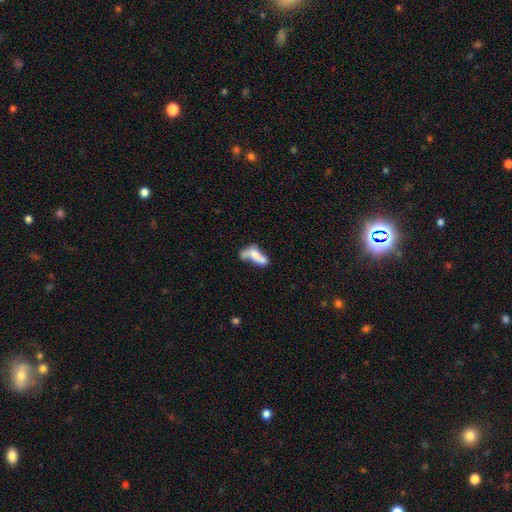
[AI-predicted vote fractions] smooth_or_featured: smooth (p=0.54) [alt: featured or disk p=0.36]
how_rounded: in between (p=0.59) [alt: cigar-shaped p=0.38]
merging: merger (p=0.38) [alt: none p=0.24]